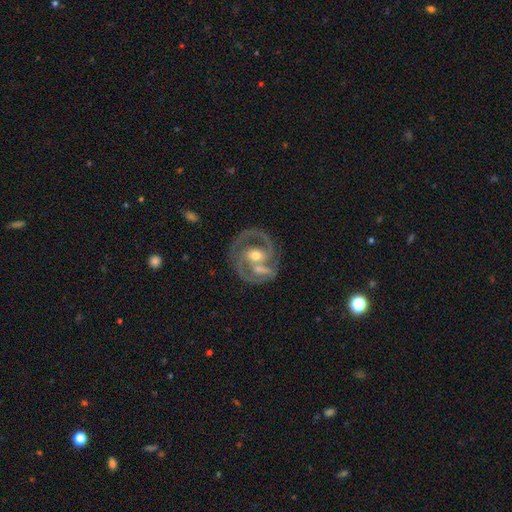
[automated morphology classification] Smooth or featured?
  - featured or disk: 89% *
  - star or artifact: 6%
  - smooth: 5%
Edge-on disk?
  - no: 97% *
  - yes: 3%
Bar?
  - weak: 39% *
  - strong: 35%
  - no: 26%
Spiral arms?
  - yes: 94% *
  - no: 6%
Spiral winding?
  - tight: 47% *
  - medium: 45%
  - loose: 9%
Spiral arm count?
  - 2: 77% *
  - 3: 8%
  - can't tell: 6%
  - 1: 5%
  - 4: 2%
  - more than 4: 2%
Bulge size?
  - moderate: 64% *
  - small: 30%
  - large: 4%
  - none: 1%
  - dominant: 1%
Merging?
  - none: 68% *
  - minor disturbance: 14%
  - merger: 10%
  - major disturbance: 8%